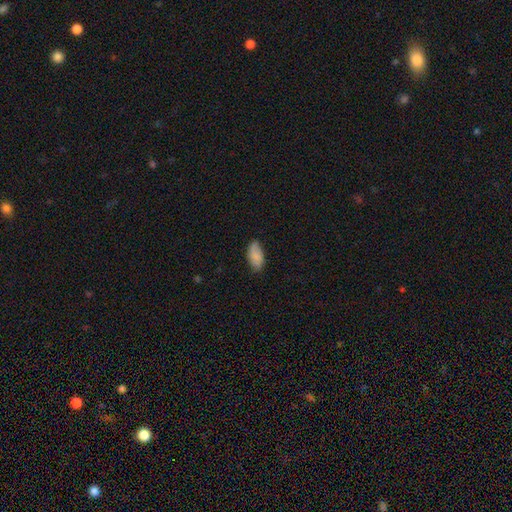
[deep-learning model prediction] Morphology: type=smooth (83%); roundness=in between (94%); merging=none (77%).